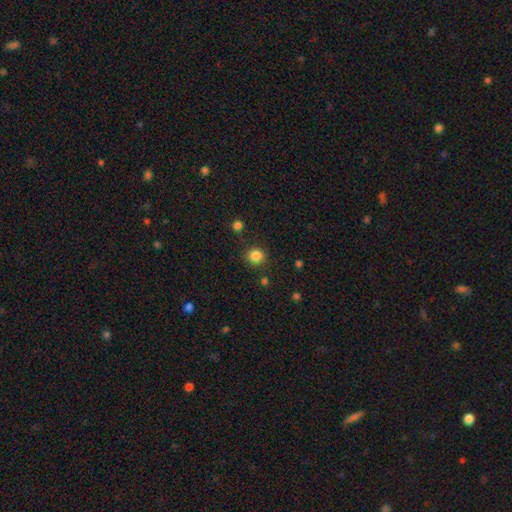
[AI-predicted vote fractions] smooth-or-featured: smooth: 85% | star or artifact: 12% | featured or disk: 4%
  how-rounded: round: 91% | in between: 8% | cigar-shaped: 1%
  merging: none: 87% | minor disturbance: 8% | merger: 3% | major disturbance: 3%